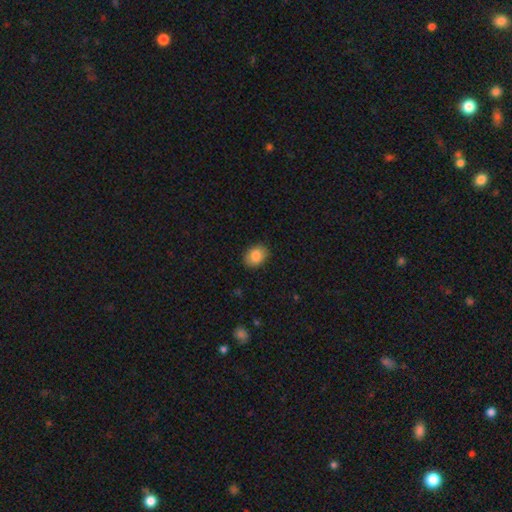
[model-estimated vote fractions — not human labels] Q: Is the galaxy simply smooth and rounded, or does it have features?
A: smooth — 85%.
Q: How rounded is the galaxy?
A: in between — 65%.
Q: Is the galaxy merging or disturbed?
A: none — 86%.